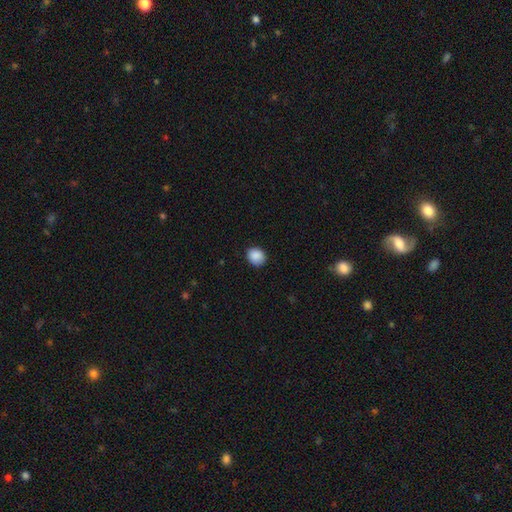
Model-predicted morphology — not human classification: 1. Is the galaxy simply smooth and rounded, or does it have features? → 89% smooth, 8% star or artifact, 3% featured or disk.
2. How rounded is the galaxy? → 72% round, 27% in between, 1% cigar-shaped.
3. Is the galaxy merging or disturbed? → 85% none, 12% minor disturbance, 2% major disturbance, 1% merger.